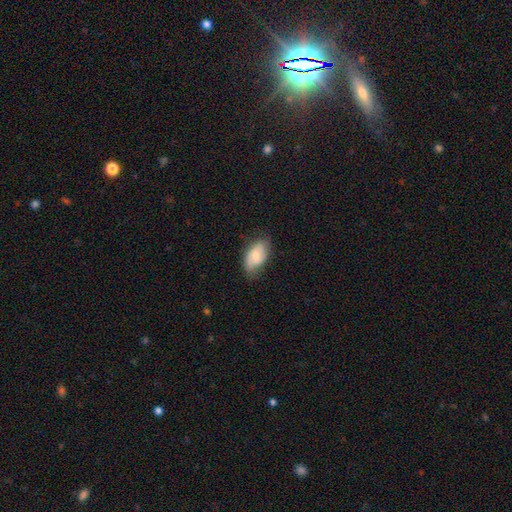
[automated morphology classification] Smooth or featured: smooth — 64% (featured or disk — 30%)
How rounded: in between — 92% (round — 5%)
Merging: none — 66% (minor disturbance — 27%)